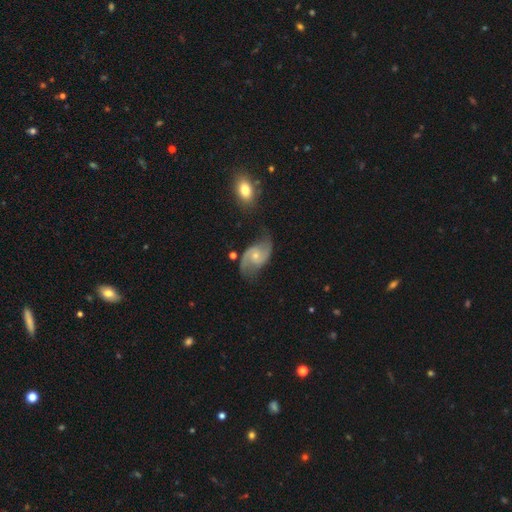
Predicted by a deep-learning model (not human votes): smooth_or_featured: featured or disk (p=0.85) [alt: smooth p=0.09]
disk_edge_on: no (p=0.97) [alt: yes p=0.03]
bar: no (p=0.62) [alt: weak p=0.32]
has_spiral_arms: yes (p=0.96) [alt: no p=0.04]
spiral_winding: medium (p=0.45) [alt: loose p=0.42]
spiral_arm_count: 2 (p=0.92) [alt: can't tell p=0.03]
bulge_size: small (p=0.60) [alt: moderate p=0.35]
merging: none (p=0.67) [alt: minor disturbance p=0.20]